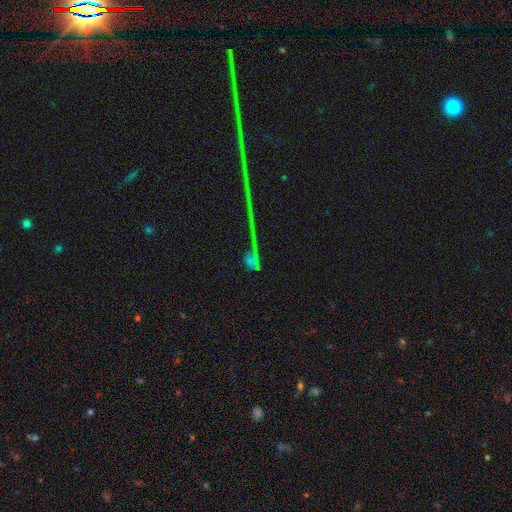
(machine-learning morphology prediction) A star or artifact, not a galaxy (73%).